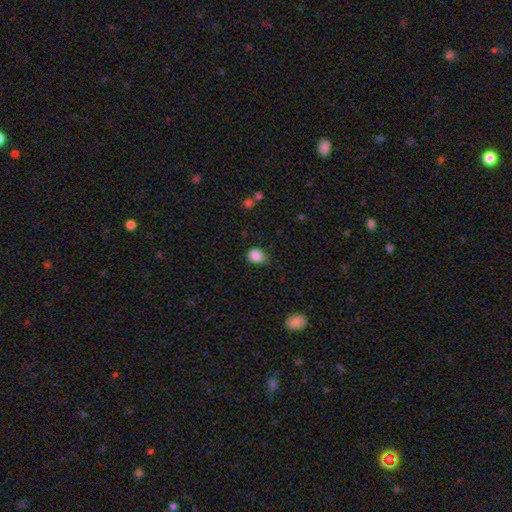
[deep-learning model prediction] A smooth galaxy with no disk features (87%) that is round (64%).

Vote fractions:
- Smooth or featured? smooth: 87% / star or artifact: 10% / featured or disk: 3%
- How rounded? round: 64% / in between: 35% / cigar-shaped: 1%
- Merging? none: 67% / minor disturbance: 27% / major disturbance: 4% / merger: 2%